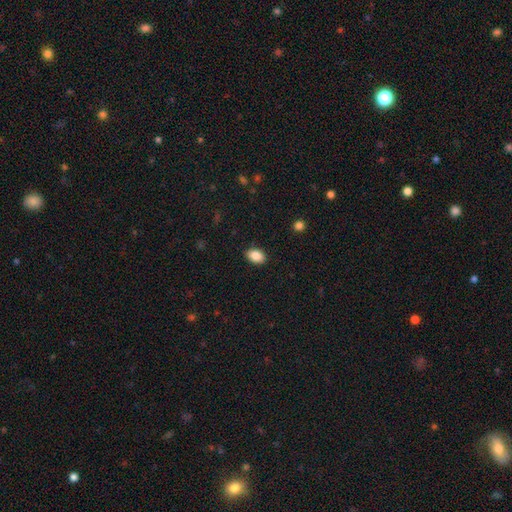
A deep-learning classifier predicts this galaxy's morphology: Overall: smooth (87%). How rounded: in between (83%). Merging: none (89%).